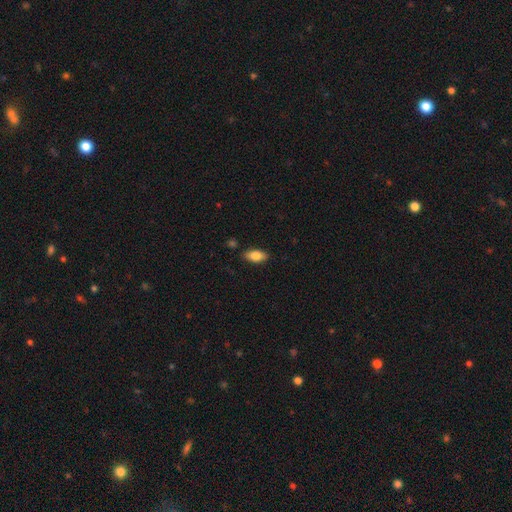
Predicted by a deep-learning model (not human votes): The model was most divided on "smooth or featured": smooth: 83%, featured or disk: 10%, star or artifact: 7%. More confident: how rounded — in between (90%); merging — none (85%).